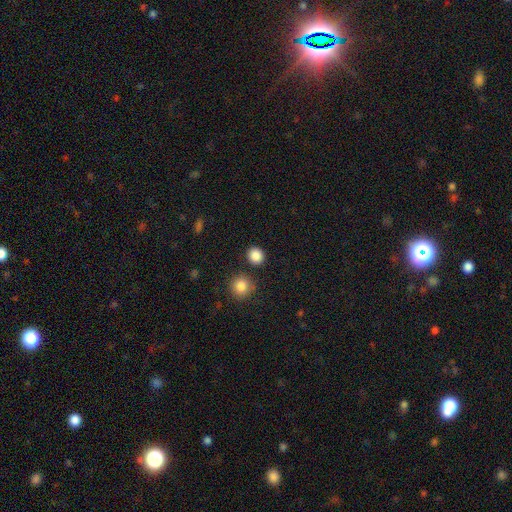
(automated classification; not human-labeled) This appears to be a smooth galaxy with no disk features (87%) that is round (84%). Merging: none (87%).